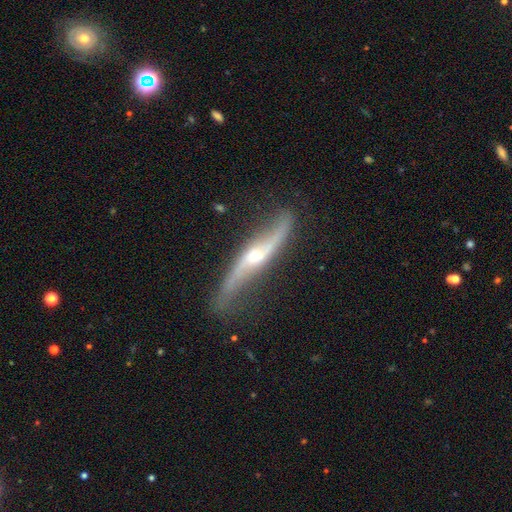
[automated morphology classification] This appears to be a featured or disk galaxy (87%) with no bar (46%), spiral arms (95%) and a moderate central bulge (56%). Merging: none (71%).